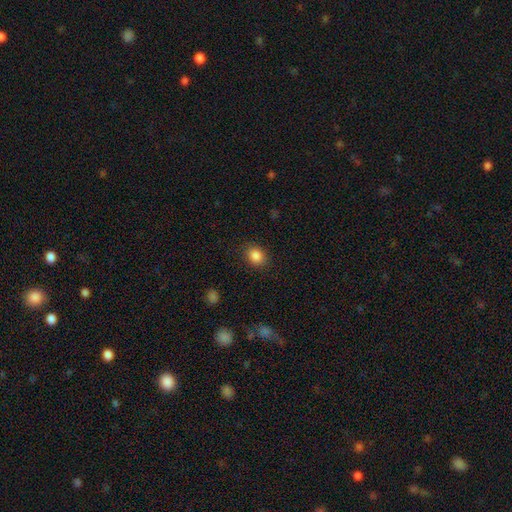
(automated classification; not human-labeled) Smooth or featured?
  - smooth: 86% *
  - star or artifact: 10%
  - featured or disk: 4%
How rounded?
  - round: 53% *
  - in between: 46%
  - cigar-shaped: 1%
Merging?
  - none: 87% *
  - minor disturbance: 9%
  - major disturbance: 3%
  - merger: 1%